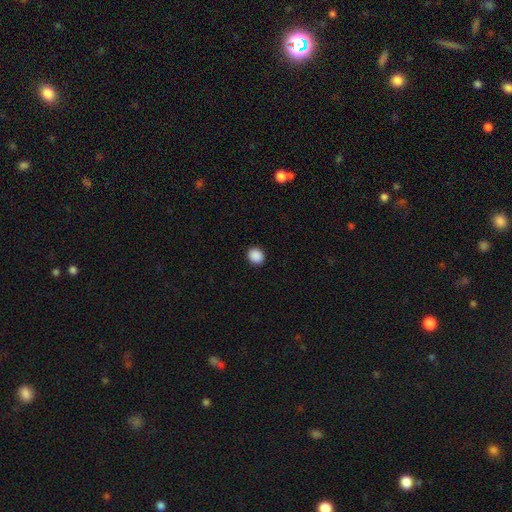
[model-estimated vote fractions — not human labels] A smooth galaxy with no disk features (89%) that is round (70%).

Vote fractions:
- Smooth or featured? smooth: 89% / star or artifact: 9% / featured or disk: 2%
- How rounded? round: 70% / in between: 29% / cigar-shaped: 1%
- Merging? none: 92% / minor disturbance: 5% / major disturbance: 2% / merger: 1%